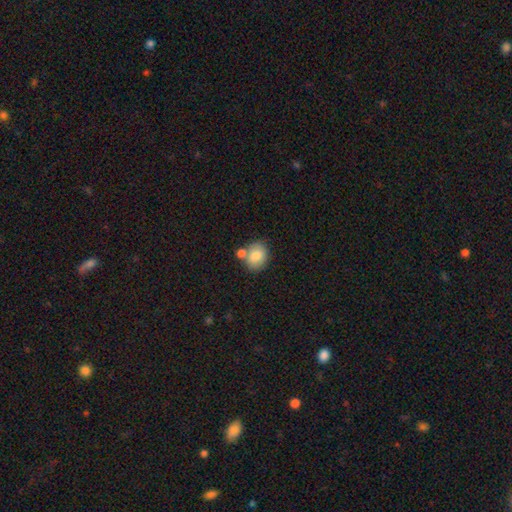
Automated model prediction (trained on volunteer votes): Smooth or featured? Predicted: smooth (p=0.80). How rounded? Predicted: round (p=0.55). Merging? Predicted: none (p=0.60).